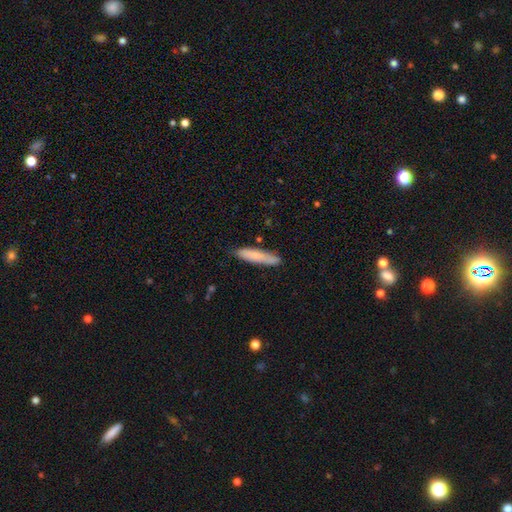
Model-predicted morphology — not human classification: type=smooth (76%); roundness=cigar-shaped (86%); merging=none (81%).